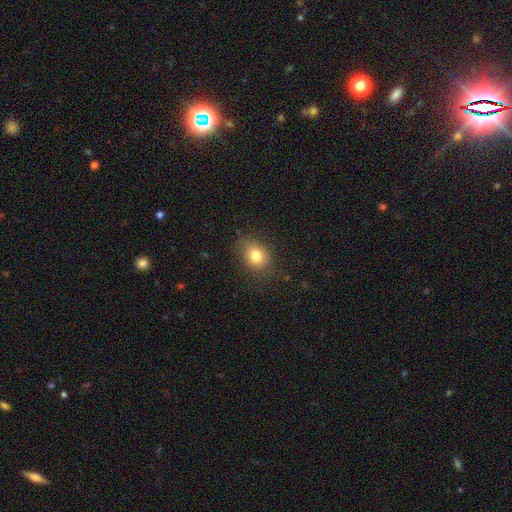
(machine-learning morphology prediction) This is likely a smooth galaxy (79%). How rounded: possibly in between (52%). Merging: likely none (79%).